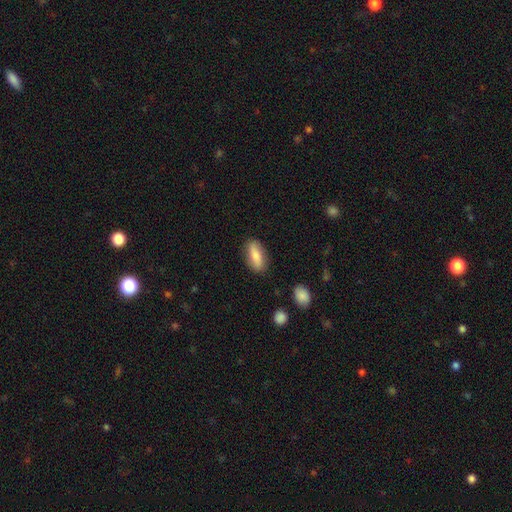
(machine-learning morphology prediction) Q: Smooth or featured?
A: smooth (73%); runner-up: featured or disk (20%)
Q: How rounded?
A: in between (76%); runner-up: cigar-shaped (20%)
Q: Merging?
A: none (84%); runner-up: minor disturbance (12%)